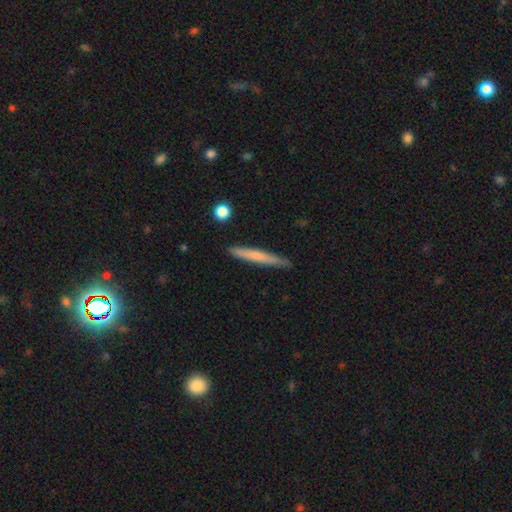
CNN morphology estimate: smooth_or_featured: smooth (p=0.63) [alt: featured or disk p=0.32]
how_rounded: cigar-shaped (p=0.96) [alt: in between p=0.03]
merging: none (p=0.87) [alt: minor disturbance p=0.10]